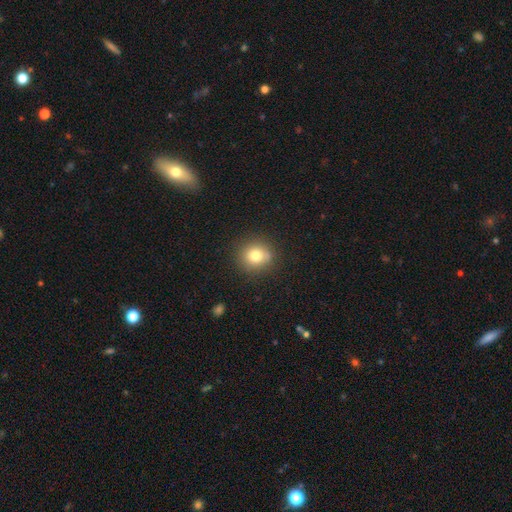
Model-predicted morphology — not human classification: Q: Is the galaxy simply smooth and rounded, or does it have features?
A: smooth — 78%.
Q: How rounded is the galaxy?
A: round — 87%.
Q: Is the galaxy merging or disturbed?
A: none — 85%.